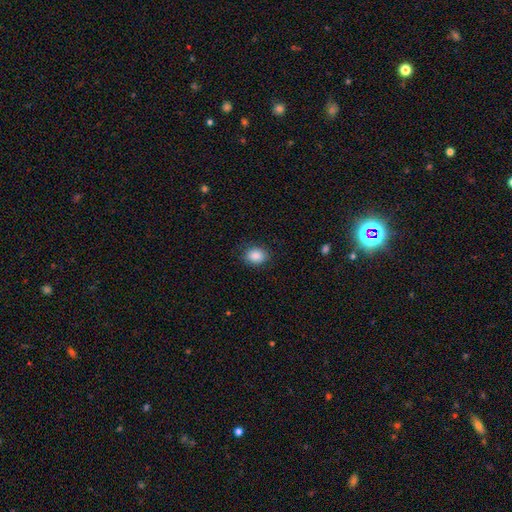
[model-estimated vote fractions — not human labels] Smooth or featured? smooth (87%)
How rounded? in between (59%)
Merging? none (84%)